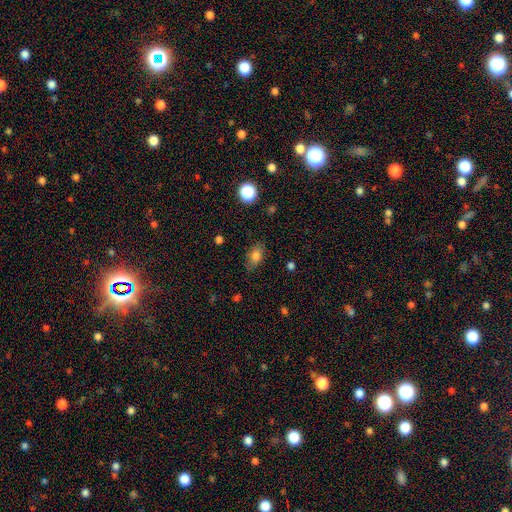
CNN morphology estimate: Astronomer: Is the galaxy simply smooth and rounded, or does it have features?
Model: smooth — 79%.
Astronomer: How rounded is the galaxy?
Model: in between — 84%.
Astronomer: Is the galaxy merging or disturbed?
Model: none — 81%.